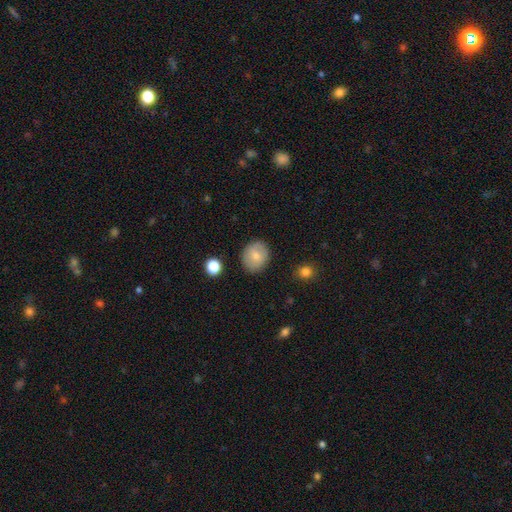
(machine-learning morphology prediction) Smooth or featured? Predicted: smooth (p=0.74). How rounded? Predicted: round (p=0.66). Merging? Predicted: none (p=0.85).